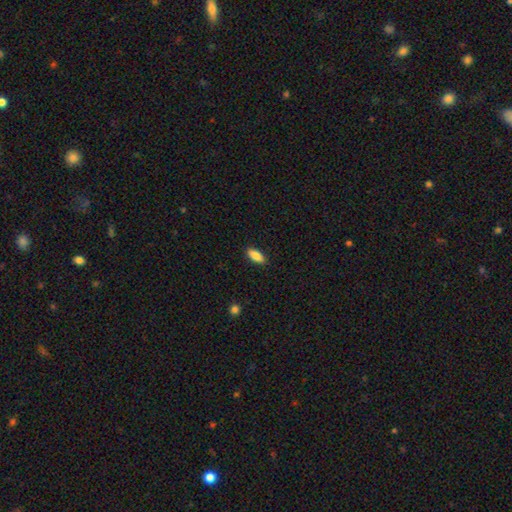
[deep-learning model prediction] A smooth galaxy with no disk features (86%) that is in between round and cigar-shaped (82%).

Vote fractions:
- Smooth or featured? smooth: 86% / star or artifact: 7% / featured or disk: 7%
- How rounded? in between: 82% / cigar-shaped: 15% / round: 2%
- Merging? none: 89% / minor disturbance: 8% / major disturbance: 2% / merger: 1%